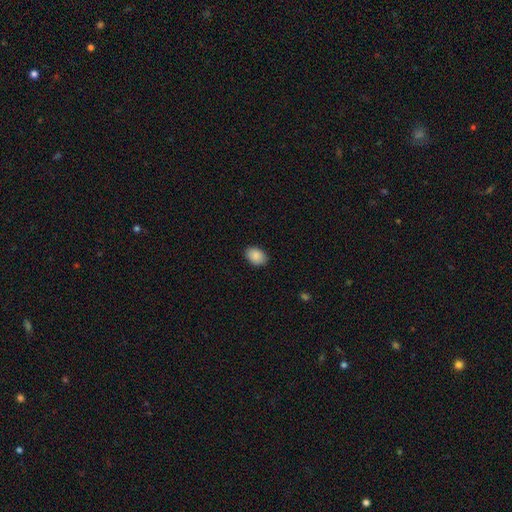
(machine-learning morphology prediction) A smooth galaxy with no disk features (89%) that is in between round and cigar-shaped (81%). Merging: none (88%).